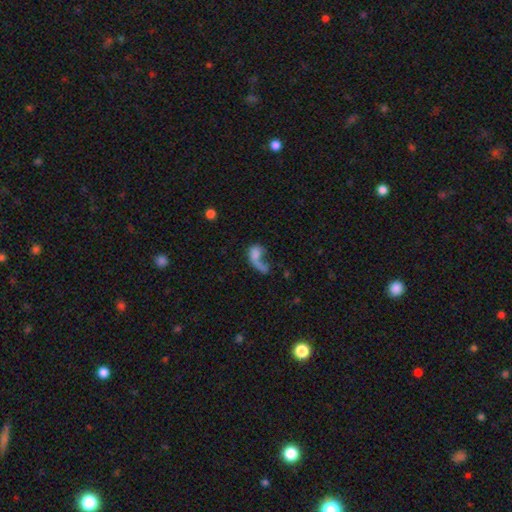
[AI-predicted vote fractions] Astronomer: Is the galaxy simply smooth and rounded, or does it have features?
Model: smooth — 56% (runner-up: featured or disk, 32%).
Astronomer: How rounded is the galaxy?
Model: in between — 66%.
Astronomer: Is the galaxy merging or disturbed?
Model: major disturbance — 42% (runner-up: merger, 23%).